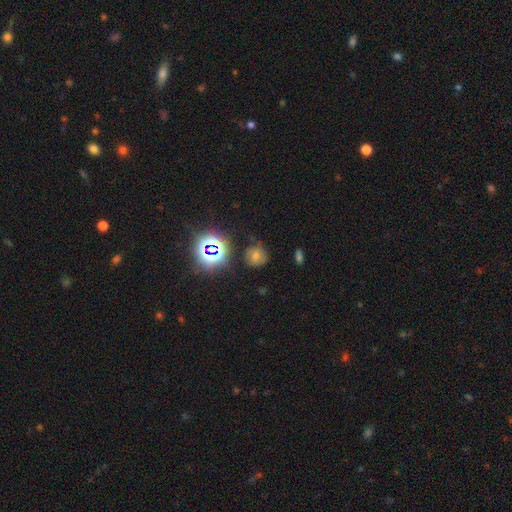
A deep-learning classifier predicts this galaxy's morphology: A star or artifact, not a galaxy (41%).

Vote fractions:
- Smooth or featured? star or artifact: 41% / smooth: 36% / featured or disk: 23%